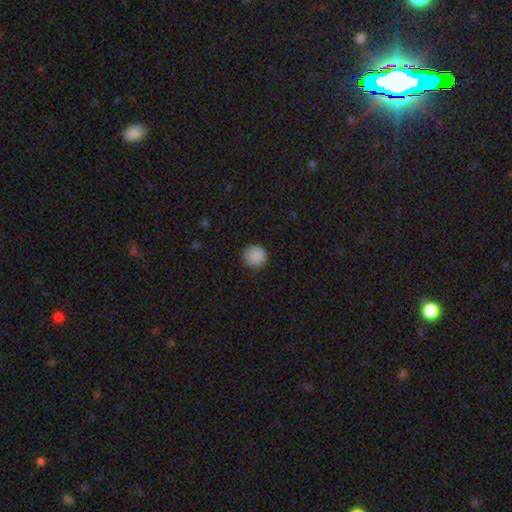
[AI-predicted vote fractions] A smooth galaxy with no disk features (89%) that is round (94%).

Vote fractions:
- Smooth or featured? smooth: 89% / star or artifact: 9% / featured or disk: 3%
- How rounded? round: 94% / in between: 5% / cigar-shaped: 1%
- Merging? none: 89% / minor disturbance: 8% / major disturbance: 2% / merger: 1%